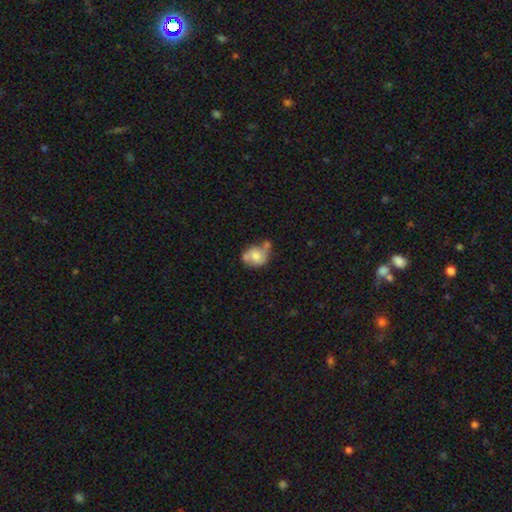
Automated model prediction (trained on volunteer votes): A smooth galaxy with no disk features (58%) that is round (54%).

Vote fractions:
- Smooth or featured? smooth: 58% / featured or disk: 33% / star or artifact: 9%
- How rounded? round: 54% / in between: 44% / cigar-shaped: 1%
- Merging? none: 34% / merger: 30% / minor disturbance: 24% / major disturbance: 12%